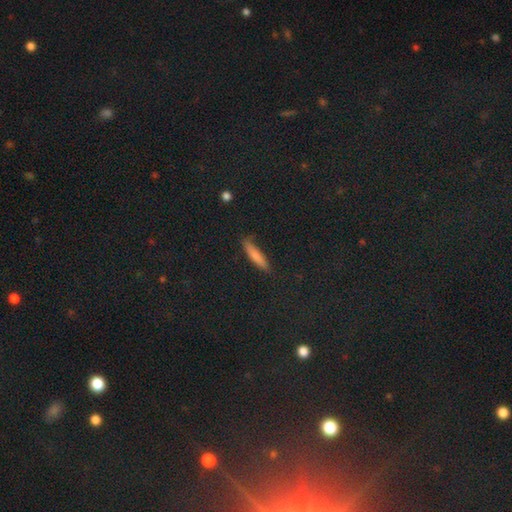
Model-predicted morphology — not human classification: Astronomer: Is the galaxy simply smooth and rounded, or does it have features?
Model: smooth — 74%.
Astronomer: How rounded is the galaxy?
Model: cigar-shaped — 87%.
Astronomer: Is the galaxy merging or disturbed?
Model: none — 83%.